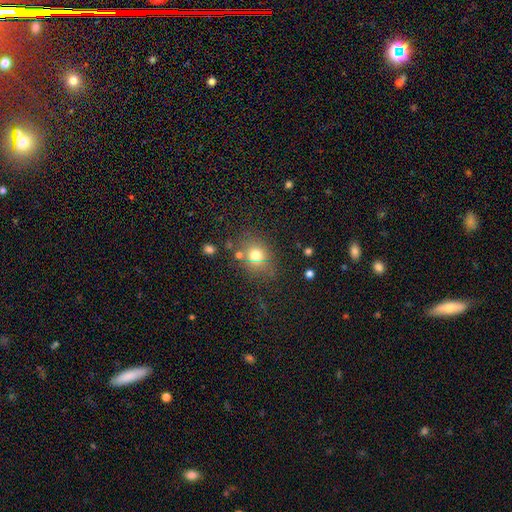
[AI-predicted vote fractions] The model was most divided on "how rounded": round: 68%, in between: 31%, cigar-shaped: 1%. More confident: merging — none (74%); smooth or featured — smooth (74%).